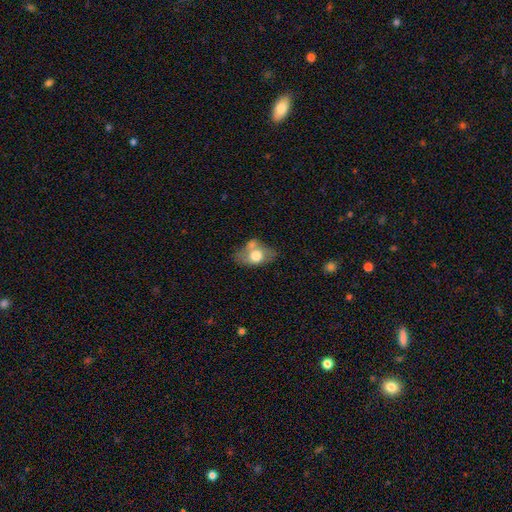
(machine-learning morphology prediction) This appears to be a smooth galaxy with no disk features (64%) that is in between round and cigar-shaped (81%). Merging: none (40%).